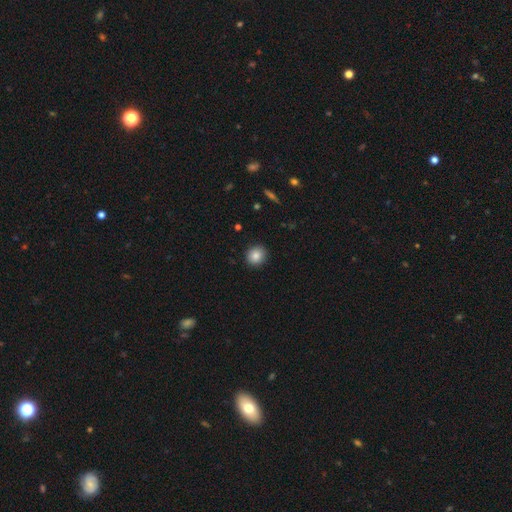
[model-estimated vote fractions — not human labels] A smooth galaxy with no disk features (84%) that is round (87%).

Vote fractions:
- Smooth or featured? smooth: 84% / star or artifact: 9% / featured or disk: 6%
- How rounded? round: 87% / in between: 12% / cigar-shaped: 1%
- Merging? none: 91% / minor disturbance: 6% / major disturbance: 2% / merger: 1%